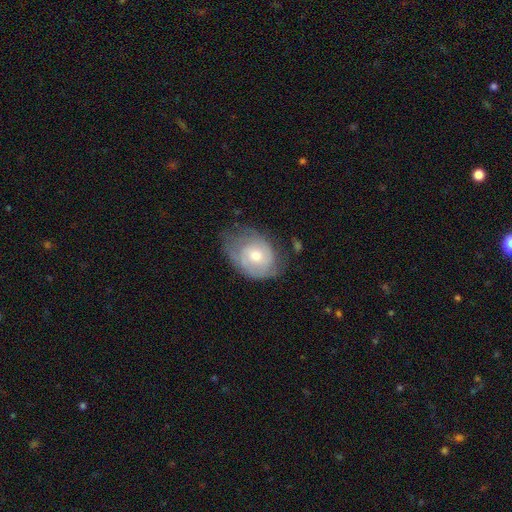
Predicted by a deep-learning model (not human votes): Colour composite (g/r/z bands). It shows a featured or disk galaxy (57%) with no bar (74%), spiral arms (69%) and a moderate central bulge (62%). Merging: none (43%).